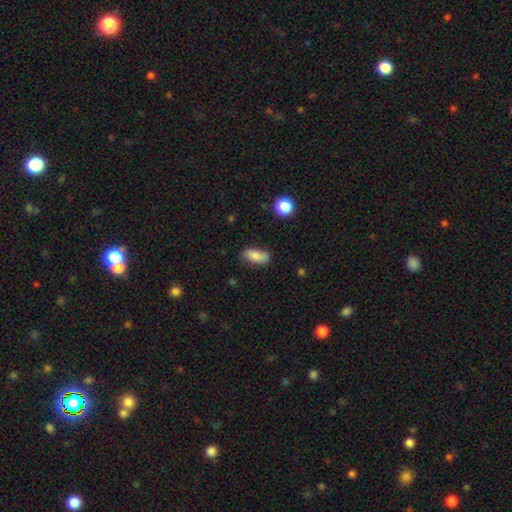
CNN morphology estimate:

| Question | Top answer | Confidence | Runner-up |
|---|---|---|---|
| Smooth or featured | smooth | 80% | featured or disk (12%) |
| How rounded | in between | 82% | cigar-shaped (14%) |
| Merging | none | 74% | minor disturbance (20%) |